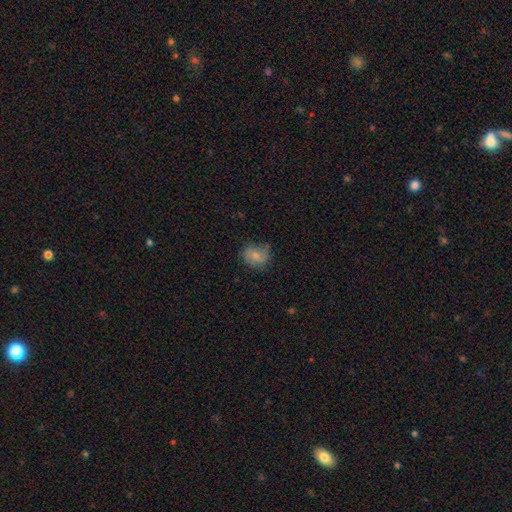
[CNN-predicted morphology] smooth-or-featured: smooth: 67% | featured or disk: 24% | star or artifact: 9%
  how-rounded: round: 57% | in between: 42% | cigar-shaped: 1%
  merging: none: 64% | minor disturbance: 26% | major disturbance: 8% | merger: 2%